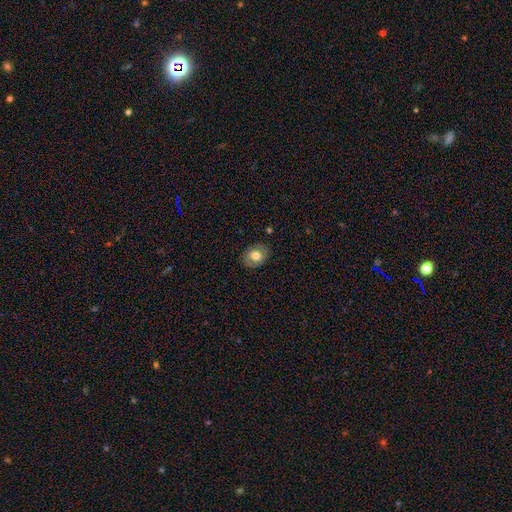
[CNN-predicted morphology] This appears to be a smooth galaxy with no disk features (59%) that is in between round and cigar-shaped (54%). Merging: none (81%).